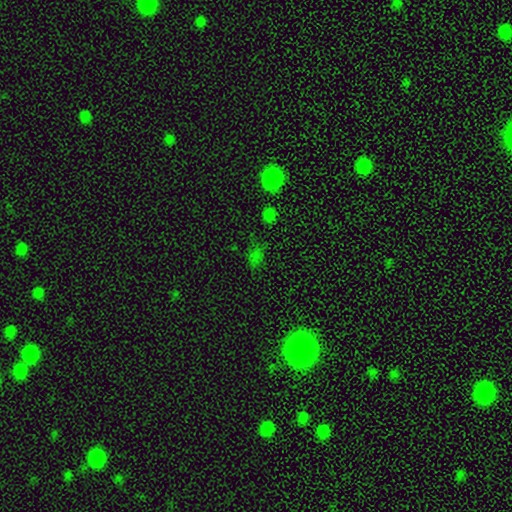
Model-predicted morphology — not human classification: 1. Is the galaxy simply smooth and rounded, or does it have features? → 49% star or artifact, 44% smooth, 7% featured or disk.